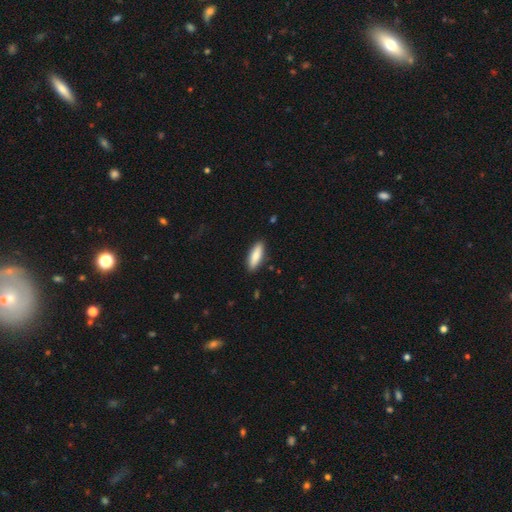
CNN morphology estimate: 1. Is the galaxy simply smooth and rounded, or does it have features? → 84% smooth, 11% featured or disk, 5% star or artifact.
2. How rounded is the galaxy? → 55% in between, 43% cigar-shaped, 2% round.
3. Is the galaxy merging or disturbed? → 89% none, 8% minor disturbance, 2% major disturbance, 1% merger.